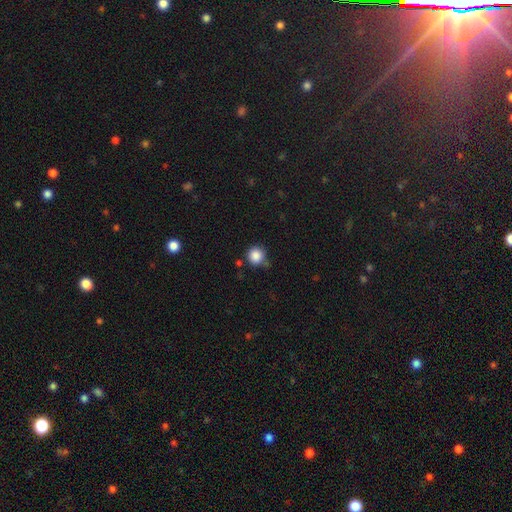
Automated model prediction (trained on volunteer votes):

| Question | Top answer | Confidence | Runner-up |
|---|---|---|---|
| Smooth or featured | smooth | 86% | star or artifact (10%) |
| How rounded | round | 93% | in between (6%) |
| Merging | none | 73% | minor disturbance (17%) |